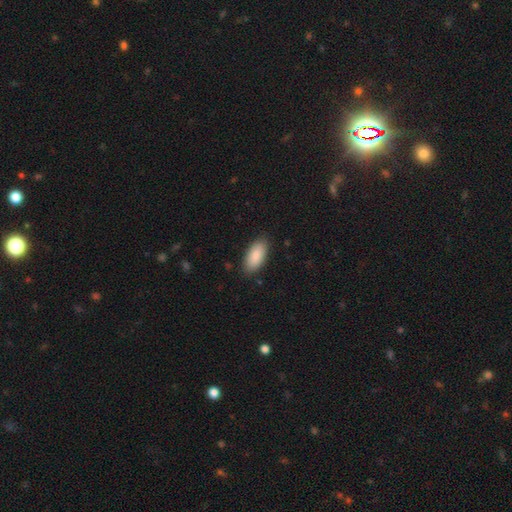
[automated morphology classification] The model was most divided on "merging": none: 86%, minor disturbance: 11%, major disturbance: 2%, merger: 1%. More confident: how rounded — in between (90%); smooth or featured — smooth (88%).